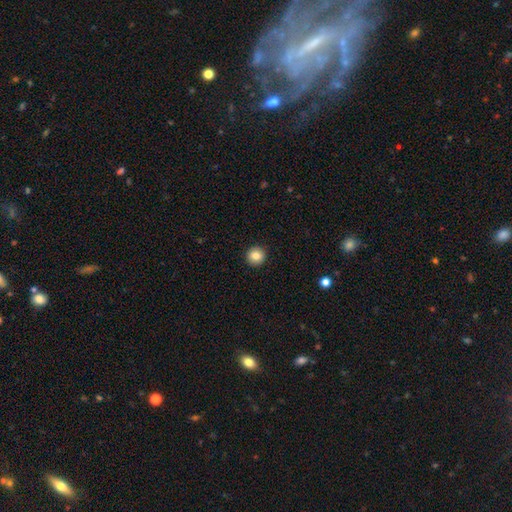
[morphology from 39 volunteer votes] Volunteers were most divided on "smooth or featured": smooth: 79%, featured or disk: 13%, star or artifact: 8%. More confident: how rounded — round (100%); merging — none (97%).